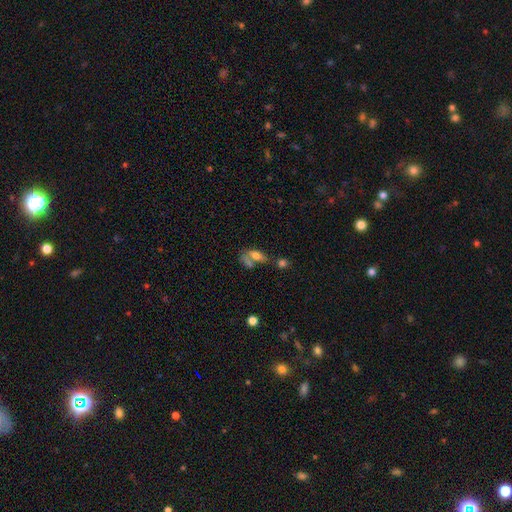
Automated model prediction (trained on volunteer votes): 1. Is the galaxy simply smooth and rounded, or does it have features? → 68% smooth, 21% featured or disk, 11% star or artifact.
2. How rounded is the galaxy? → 78% in between, 14% cigar-shaped, 8% round.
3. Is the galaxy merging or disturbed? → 37% merger, 36% none, 15% minor disturbance, 12% major disturbance.